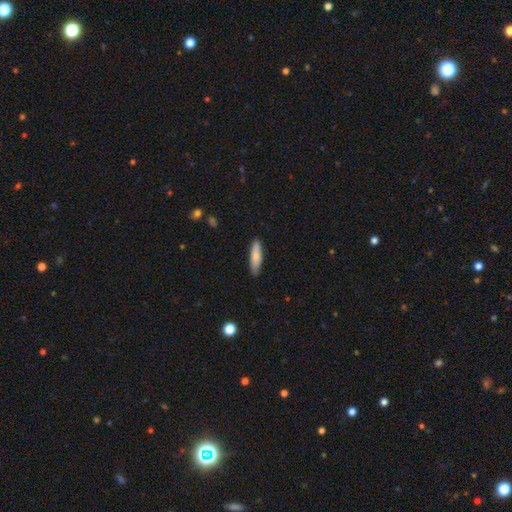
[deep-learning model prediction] Morphology: type=smooth (79%); roundness=cigar-shaped (72%); merging=none (86%).